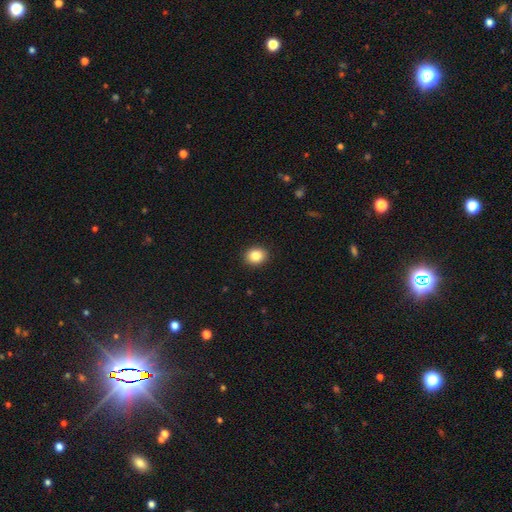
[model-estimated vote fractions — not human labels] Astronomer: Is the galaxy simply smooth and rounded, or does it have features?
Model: smooth — 85%.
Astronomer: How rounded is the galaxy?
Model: round — 65%.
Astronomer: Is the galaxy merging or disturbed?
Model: none — 92%.